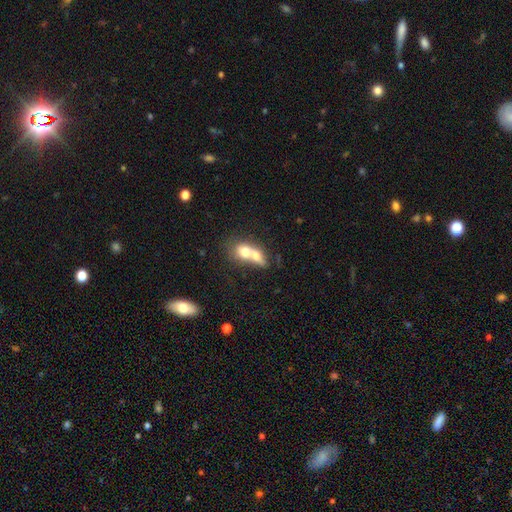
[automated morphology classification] smooth-or-featured: smooth: 65% | featured or disk: 27% | star or artifact: 8%
  how-rounded: in between: 57% | round: 36% | cigar-shaped: 7%
  merging: merger: 77% | none: 13% | minor disturbance: 5% | major disturbance: 5%